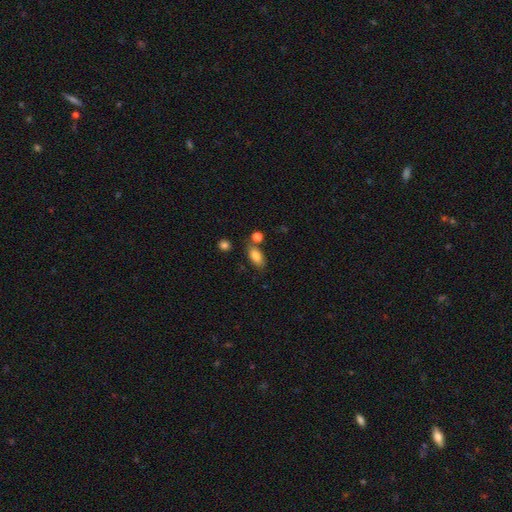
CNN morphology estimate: Q: Smooth or featured?
A: smooth (82%); runner-up: featured or disk (10%)
Q: How rounded?
A: in between (88%); runner-up: cigar-shaped (7%)
Q: Merging?
A: none (70%); runner-up: minor disturbance (14%)